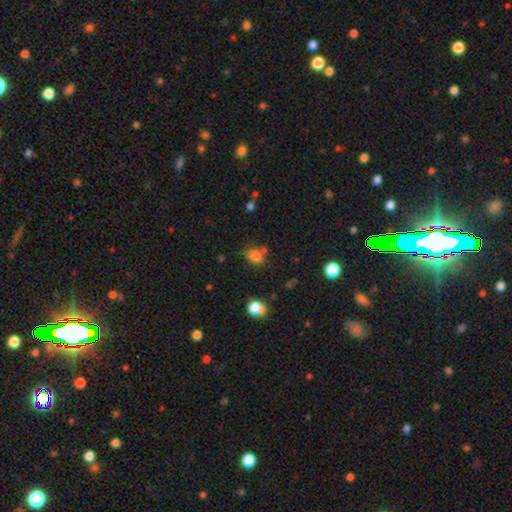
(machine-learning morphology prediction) This appears to be a smooth galaxy with no disk features (78%) that is round (55%). Merging: none (62%).